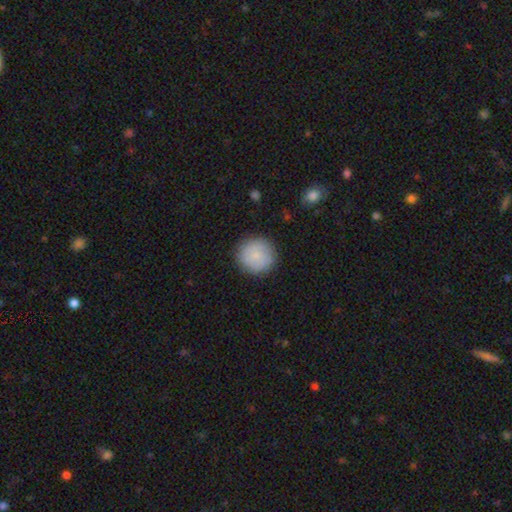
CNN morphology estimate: smooth-or-featured: smooth: 81% | featured or disk: 12% | star or artifact: 7%
  how-rounded: round: 93% | in between: 6% | cigar-shaped: 1%
  merging: none: 87% | minor disturbance: 9% | major disturbance: 3% | merger: 1%